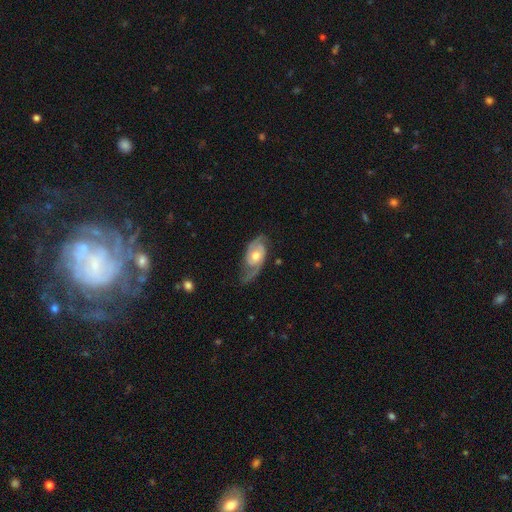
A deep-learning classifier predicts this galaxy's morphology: smooth-or-featured: featured or disk: 83% | smooth: 12% | star or artifact: 5%
  disk-edge-on: no: 95% | yes: 5%
    bar: no: 66% | weak: 28% | strong: 6%
    has-spiral-arms: yes: 95% | no: 5%
      spiral-winding: medium: 45% | tight: 32% | loose: 22%
      spiral-arm-count: 2: 84% | can't tell: 6% | 1: 6% | 3: 2% | 4: 1% | more than 4: 1%
    bulge-size: moderate: 70% | small: 20% | large: 7% | none: 1% | dominant: 1%
  merging: none: 66% | minor disturbance: 21% | major disturbance: 11% | merger: 2%